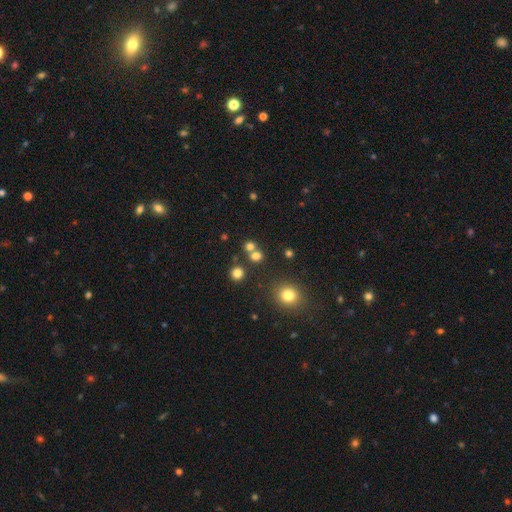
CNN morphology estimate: smooth 74%, star or artifact 19%, featured or disk 7%. Down the decision tree: how rounded — round (84%); merging — none (64%).